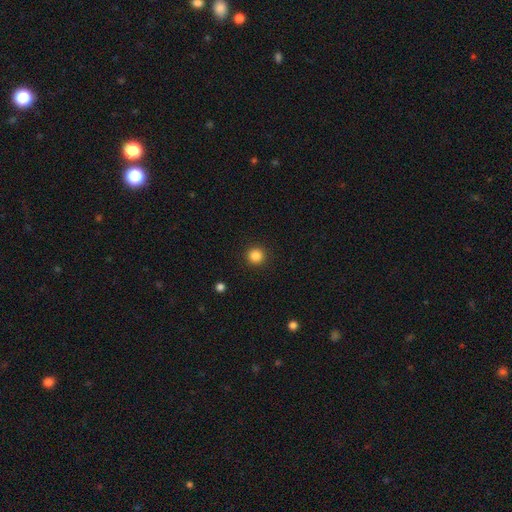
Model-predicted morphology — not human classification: smooth 85%, star or artifact 11%, featured or disk 3%. Down the decision tree: how rounded — round (95%); merging — none (93%).